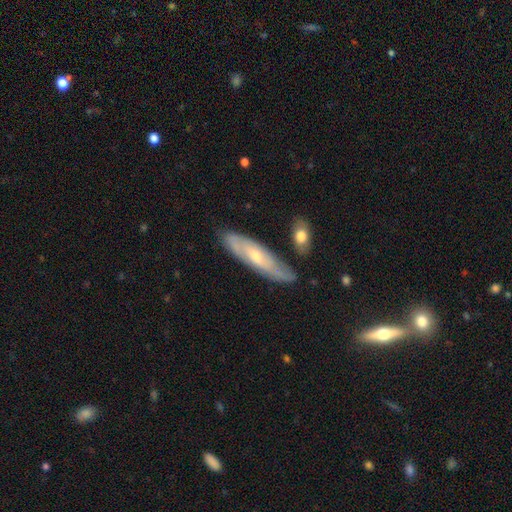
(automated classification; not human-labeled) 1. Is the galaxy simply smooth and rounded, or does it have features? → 61% featured or disk, 33% smooth, 6% star or artifact.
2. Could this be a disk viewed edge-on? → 62% no, 38% yes.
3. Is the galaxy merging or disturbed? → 77% none, 16% minor disturbance, 4% merger, 3% major disturbance.